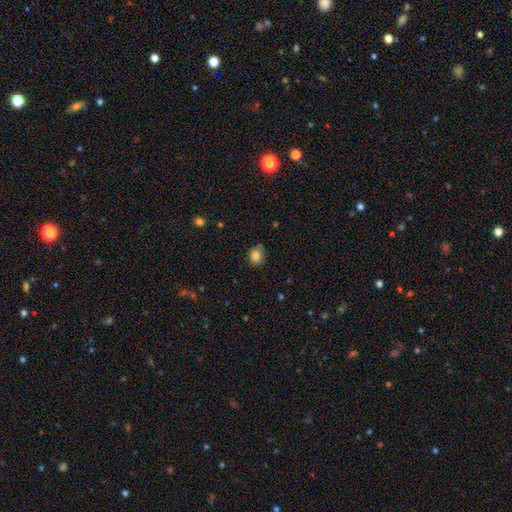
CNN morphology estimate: Overall: smooth (83%). How rounded: round (68%; in between 31%). Merging: none (70%).